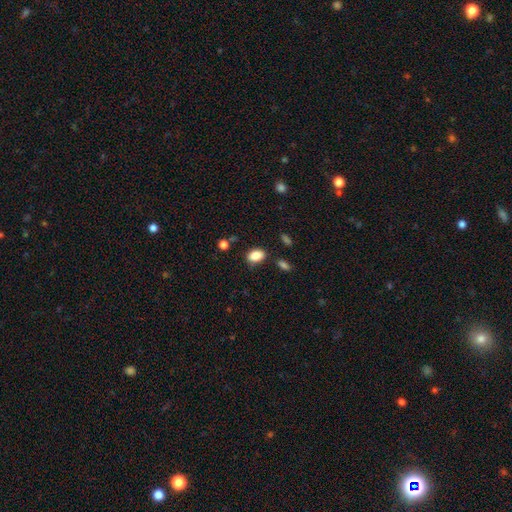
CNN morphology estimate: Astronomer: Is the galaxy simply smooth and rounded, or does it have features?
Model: smooth — 87%.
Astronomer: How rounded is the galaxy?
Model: in between — 85%.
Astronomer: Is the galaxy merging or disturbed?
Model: none — 80%.